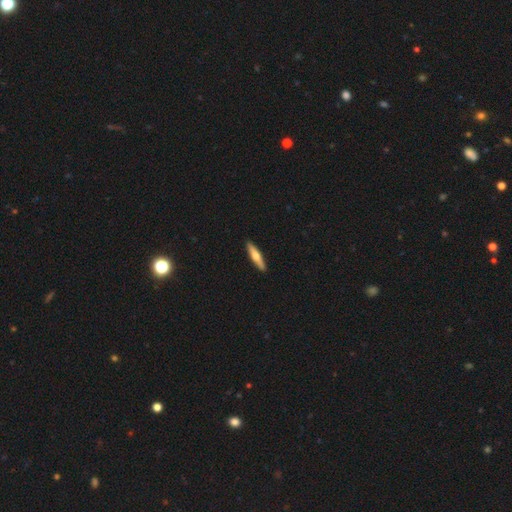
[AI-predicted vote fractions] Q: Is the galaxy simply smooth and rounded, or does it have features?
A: smooth — 52%.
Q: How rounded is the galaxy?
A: cigar-shaped — 83%.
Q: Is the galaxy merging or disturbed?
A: none — 91%.